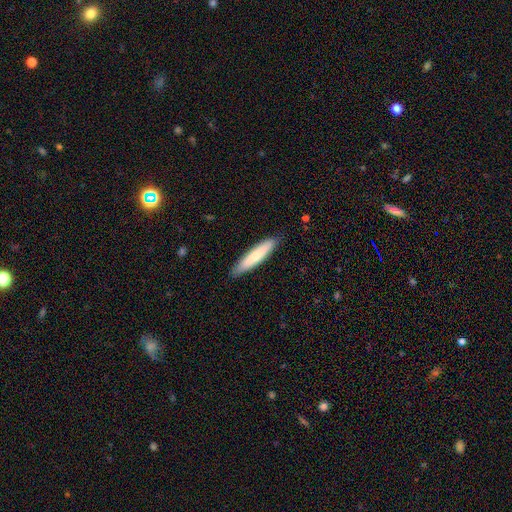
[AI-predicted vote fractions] Smooth or featured?
  - smooth: 70% *
  - featured or disk: 24%
  - star or artifact: 5%
How rounded?
  - cigar-shaped: 86% *
  - in between: 13%
  - round: 1%
Merging?
  - none: 88% *
  - minor disturbance: 10%
  - major disturbance: 2%
  - merger: 1%